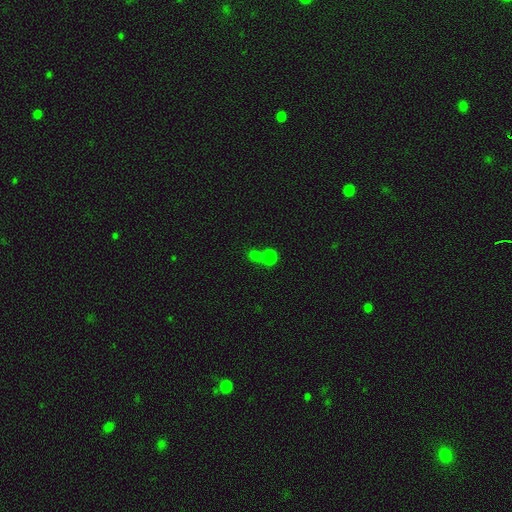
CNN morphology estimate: Smooth or featured? smooth (81%)
How rounded? round (65%)
Merging? merger (45%, tied with none)